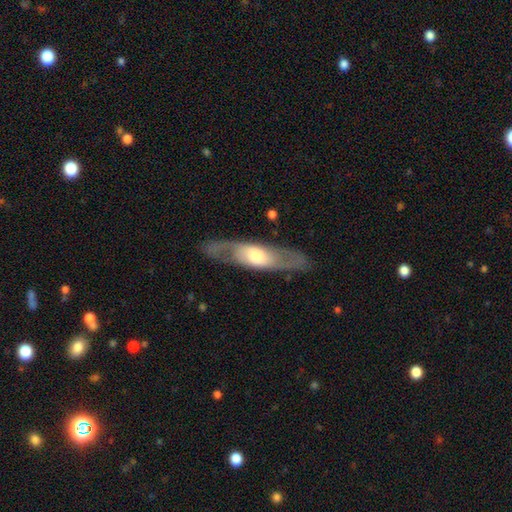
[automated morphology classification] Smooth or featured? featured or disk (65%)
Edge-on disk? no (62%)
Merging? none (81%)